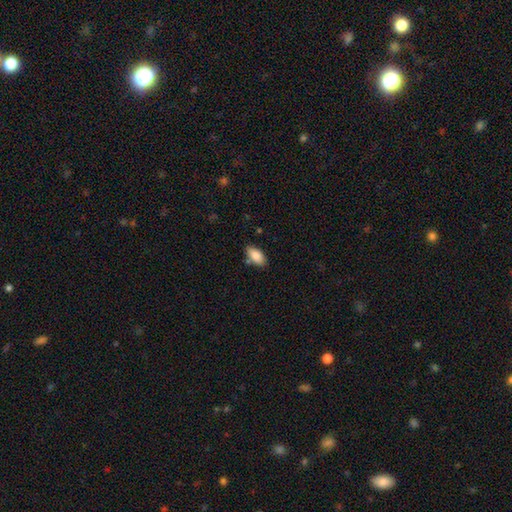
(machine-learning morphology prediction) Smooth or featured? Predicted: smooth (p=0.87). How rounded? Predicted: in between (p=0.92). Merging? Predicted: none (p=0.78).